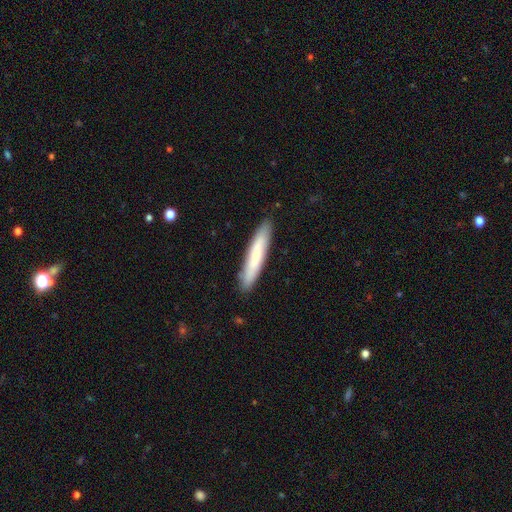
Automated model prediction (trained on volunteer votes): Smooth or featured: smooth — 69% (featured or disk — 25%)
How rounded: cigar-shaped — 92% (in between — 7%)
Merging: none — 89% (minor disturbance — 9%)